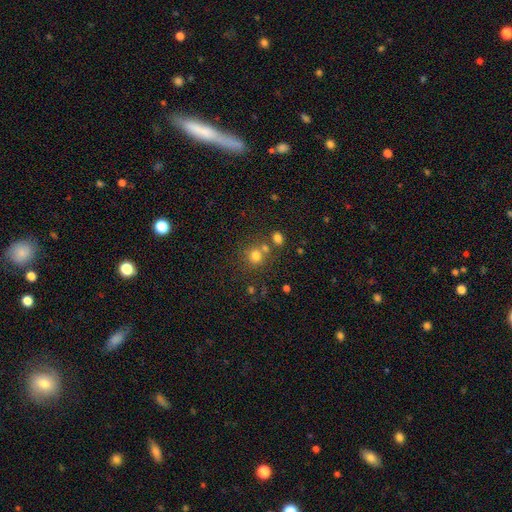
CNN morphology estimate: smooth 75%, star or artifact 16%, featured or disk 9%. Down the decision tree: how rounded — round (86%); merging — none (61%).